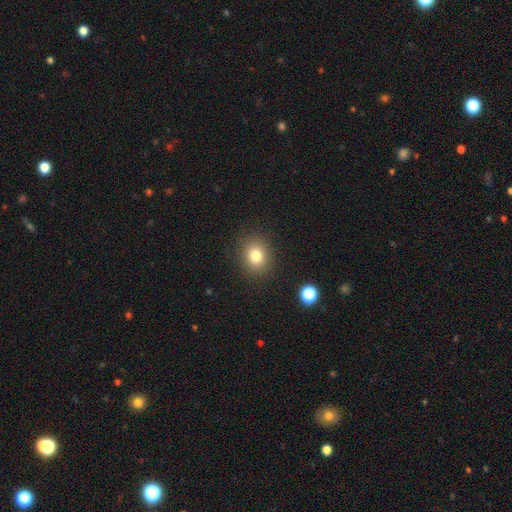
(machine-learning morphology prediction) Q: Smooth or featured?
A: smooth (80%); runner-up: star or artifact (13%)
Q: How rounded?
A: round (68%); runner-up: in between (31%)
Q: Merging?
A: none (88%); runner-up: minor disturbance (8%)